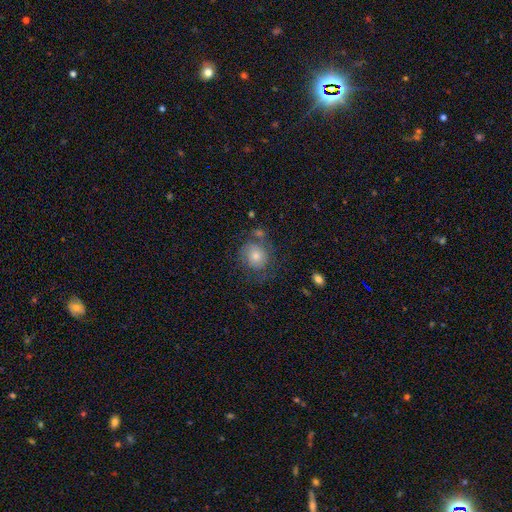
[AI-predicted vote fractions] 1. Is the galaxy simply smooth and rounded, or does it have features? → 52% smooth, 35% featured or disk, 13% star or artifact.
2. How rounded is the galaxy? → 81% round, 17% in between, 1% cigar-shaped.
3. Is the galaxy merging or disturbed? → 63% none, 19% minor disturbance, 12% major disturbance, 6% merger.